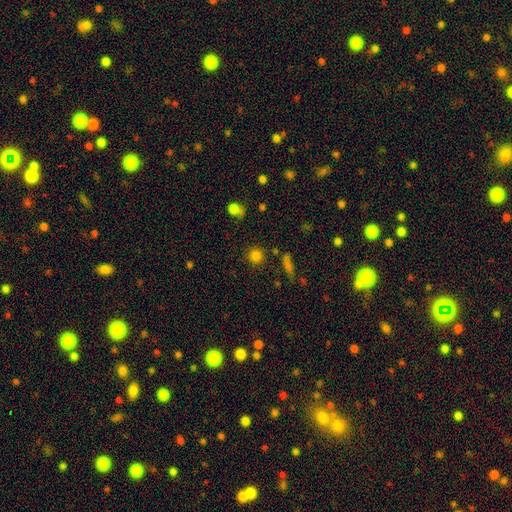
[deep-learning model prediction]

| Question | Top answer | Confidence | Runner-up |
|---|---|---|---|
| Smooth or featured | smooth | 81% | star or artifact (13%) |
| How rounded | round | 92% | in between (7%) |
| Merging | none | 85% | minor disturbance (8%) |